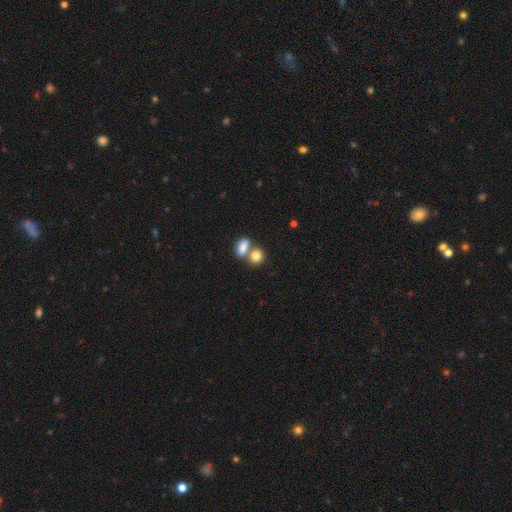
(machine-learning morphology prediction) smooth-or-featured: smooth: 84% | star or artifact: 8% | featured or disk: 8%
  how-rounded: in between: 52% | round: 45% | cigar-shaped: 2%
  merging: merger: 51% | none: 38% | minor disturbance: 8% | major disturbance: 3%